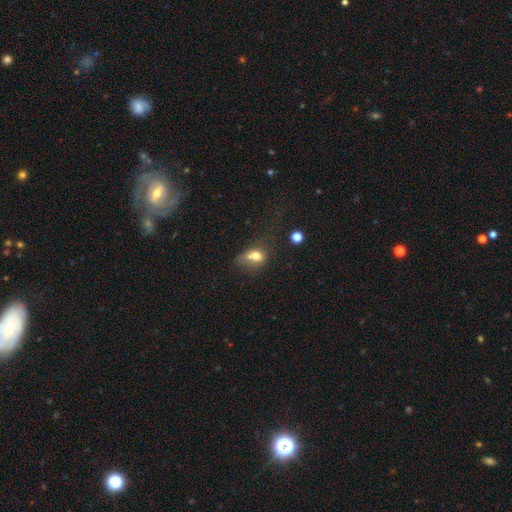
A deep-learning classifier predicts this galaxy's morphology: smooth 67%, featured or disk 21%, star or artifact 13%. Down the decision tree: how rounded — in between (59%); merging — merger (44%).